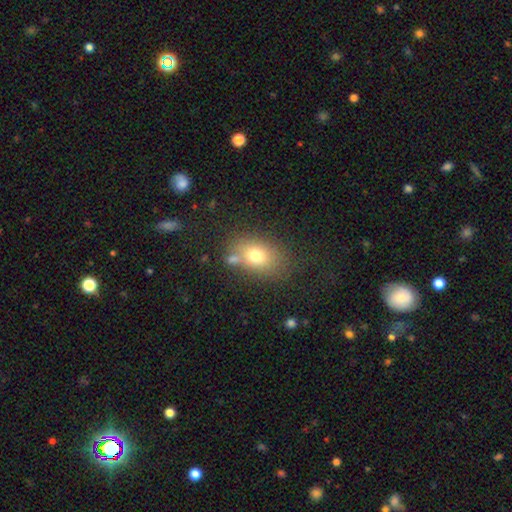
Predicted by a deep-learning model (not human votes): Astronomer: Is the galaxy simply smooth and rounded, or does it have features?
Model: smooth — 74%.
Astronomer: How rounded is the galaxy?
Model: in between — 76%.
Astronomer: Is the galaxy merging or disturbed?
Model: none — 67%.